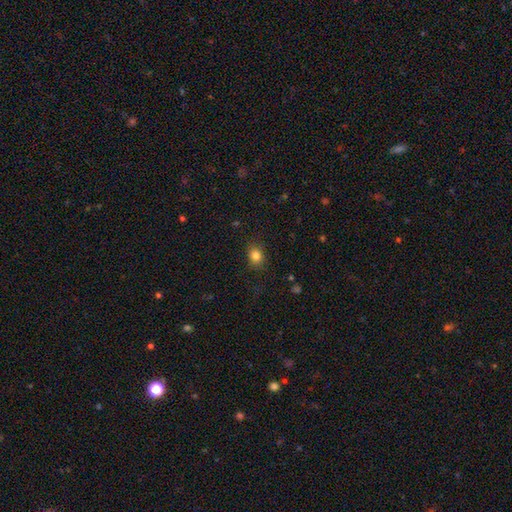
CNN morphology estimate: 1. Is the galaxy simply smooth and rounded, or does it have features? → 82% smooth, 12% star or artifact, 6% featured or disk.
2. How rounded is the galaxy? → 55% round, 44% in between, 1% cigar-shaped.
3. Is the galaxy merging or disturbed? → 85% none, 11% minor disturbance, 3% major disturbance, 1% merger.